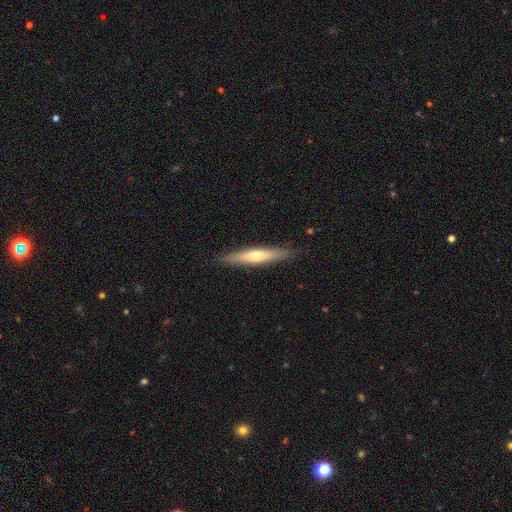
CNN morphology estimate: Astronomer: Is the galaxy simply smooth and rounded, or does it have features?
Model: smooth — 49% (runner-up: featured or disk, 46%).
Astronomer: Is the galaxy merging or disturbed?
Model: none — 88%.